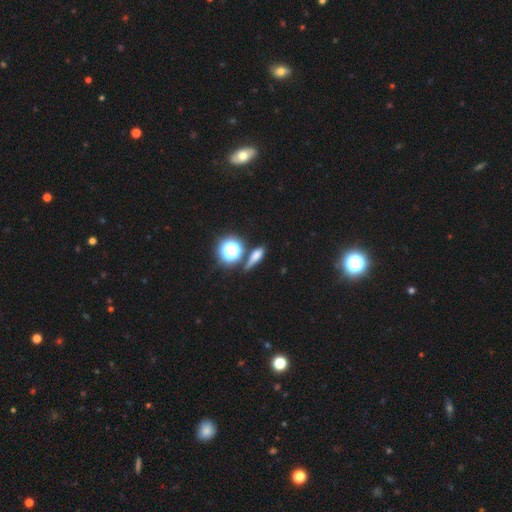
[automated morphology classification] Overall: smooth (59%; star or artifact 25%). How rounded: in between (41%; cigar-shaped 35%). Merging: none (69%).